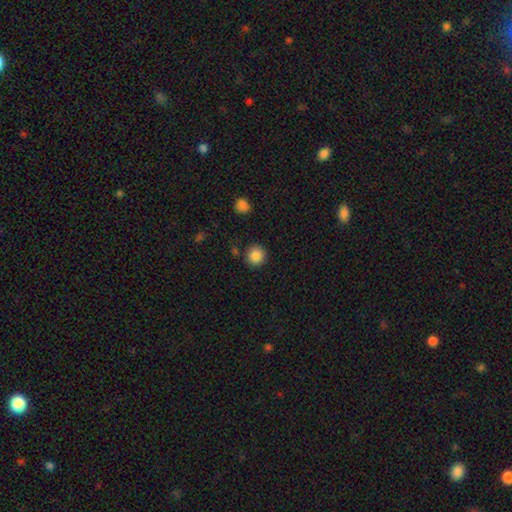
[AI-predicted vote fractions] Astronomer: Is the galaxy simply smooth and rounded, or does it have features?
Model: smooth — 87%.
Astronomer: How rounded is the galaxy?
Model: round — 94%.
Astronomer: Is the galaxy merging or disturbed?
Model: none — 88%.